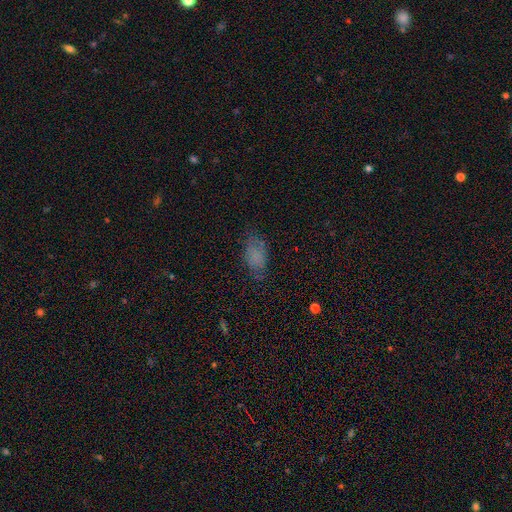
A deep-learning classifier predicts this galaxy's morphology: Q: Smooth or featured?
A: smooth (72%); runner-up: featured or disk (15%)
Q: How rounded?
A: in between (89%); runner-up: round (7%)
Q: Merging?
A: none (65%); runner-up: minor disturbance (22%)